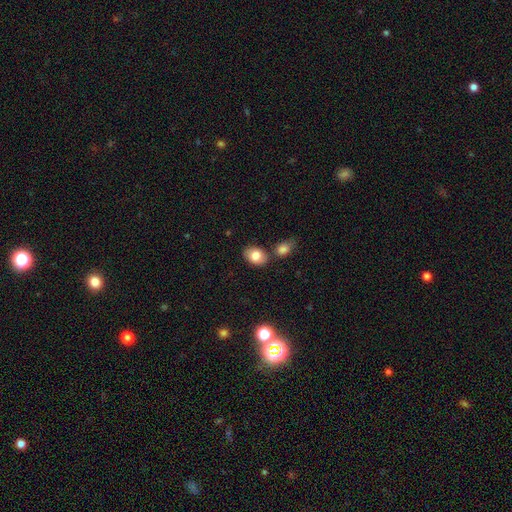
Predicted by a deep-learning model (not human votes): A smooth galaxy with no disk features (82%) that is in between round and cigar-shaped (80%).

Vote fractions:
- Smooth or featured? smooth: 82% / featured or disk: 10% / star or artifact: 8%
- How rounded? in between: 80% / round: 19% / cigar-shaped: 1%
- Merging? none: 72% / merger: 14% / minor disturbance: 11% / major disturbance: 3%